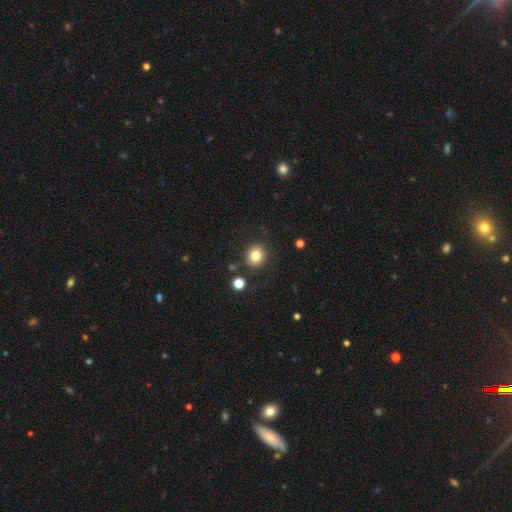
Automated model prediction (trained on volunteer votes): A smooth galaxy with no disk features (81%) that is round (80%).

Vote fractions:
- Smooth or featured? smooth: 81% / star or artifact: 11% / featured or disk: 7%
- How rounded? round: 80% / in between: 19% / cigar-shaped: 1%
- Merging? none: 85% / minor disturbance: 8% / merger: 4% / major disturbance: 3%